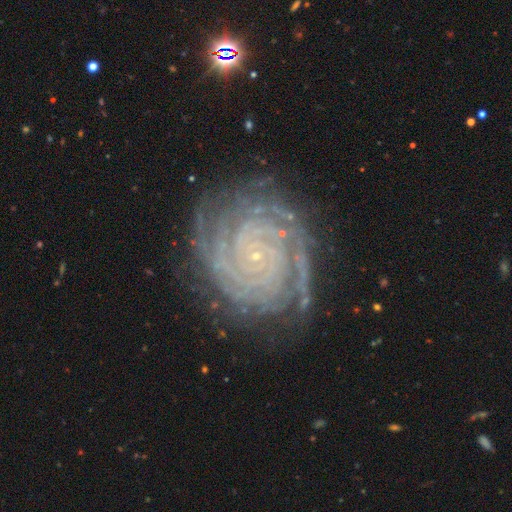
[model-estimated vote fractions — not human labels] featured or disk 90%, star or artifact 7%, smooth 4%. Down the decision tree: edge-on disk — no (98%); bar — no (80%); spiral arms — yes (99%); spiral arm count — more than 4 (22%, tied with 4); spiral winding — tight (87%); bulge size — small (91%); merging — none (81%).